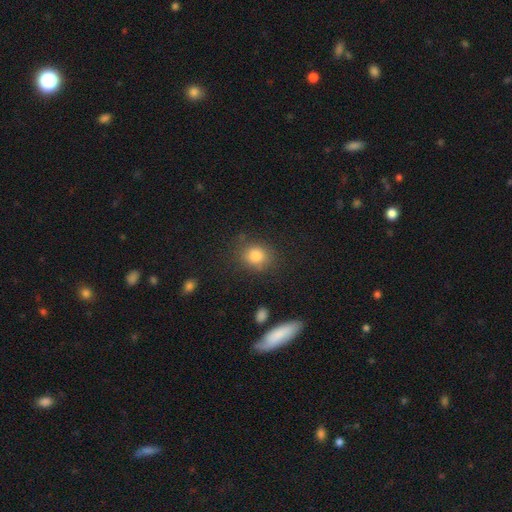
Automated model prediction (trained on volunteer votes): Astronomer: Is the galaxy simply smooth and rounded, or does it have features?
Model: smooth — 82%.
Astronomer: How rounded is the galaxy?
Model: round — 65%.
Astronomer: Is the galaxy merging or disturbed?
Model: none — 79%.